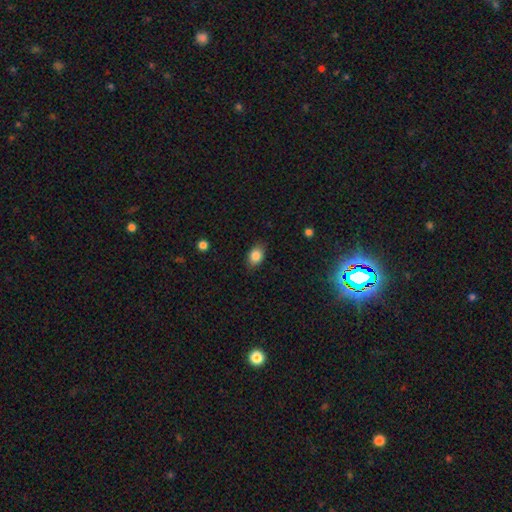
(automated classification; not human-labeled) A smooth galaxy with no disk features (85%) that is in between round and cigar-shaped (75%). Merging: none (83%).